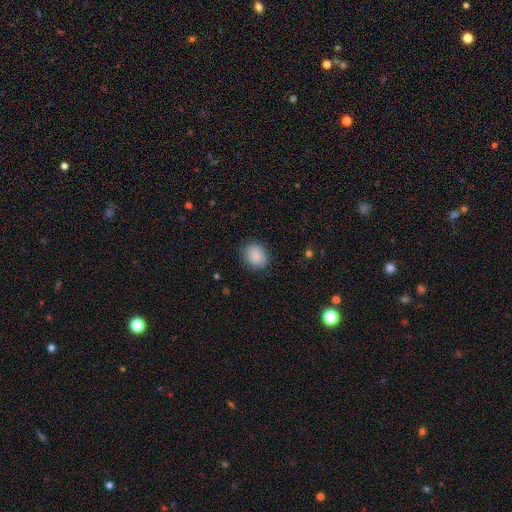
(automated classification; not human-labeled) smooth 89%, star or artifact 7%, featured or disk 4%. Down the decision tree: how rounded — in between (57%); merging — none (85%).